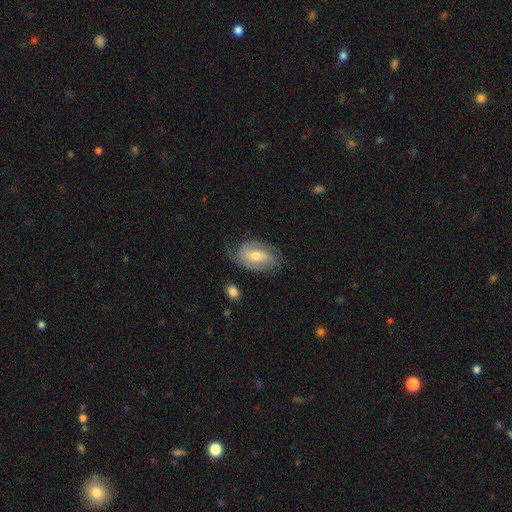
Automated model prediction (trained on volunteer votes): Q: Smooth or featured?
A: featured or disk (65%); runner-up: smooth (29%)
Q: Edge-on disk?
A: no (94%); runner-up: yes (6%)
Q: Bar?
A: weak (45%); runner-up: no (37%)
Q: Spiral arms?
A: yes (85%); runner-up: no (15%)
Q: Spiral winding?
A: medium (41%); runner-up: tight (39%)
Q: Spiral arm count?
A: 2 (60%); runner-up: can't tell (22%)
Q: Bulge size?
A: moderate (66%); runner-up: small (27%)
Q: Merging?
A: none (68%); runner-up: minor disturbance (22%)